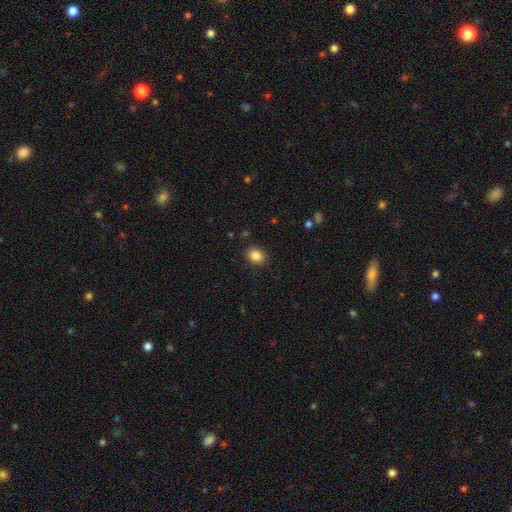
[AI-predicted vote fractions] The model was most divided on "how rounded": round: 53%, in between: 46%, cigar-shaped: 1%. More confident: merging — none (89%); smooth or featured — smooth (86%).